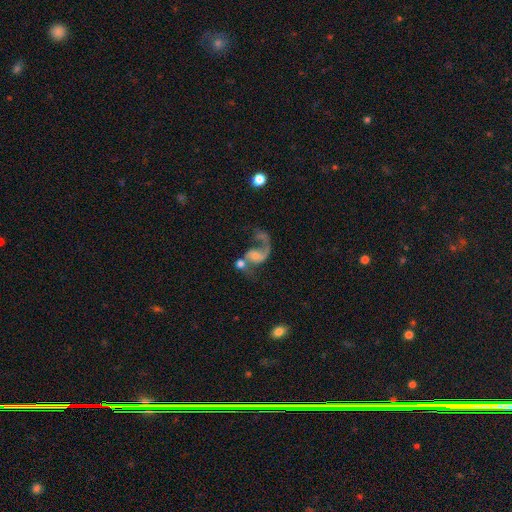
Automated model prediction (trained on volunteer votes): Q: Smooth or featured?
A: featured or disk (83%); runner-up: smooth (11%)
Q: Edge-on disk?
A: no (98%); runner-up: yes (2%)
Q: Bar?
A: no (62%); runner-up: weak (30%)
Q: Spiral arms?
A: yes (92%); runner-up: no (8%)
Q: Spiral winding?
A: loose (68%); runner-up: medium (27%)
Q: Spiral arm count?
A: 2 (61%); runner-up: 1 (34%)
Q: Bulge size?
A: small (47%); runner-up: moderate (39%)
Q: Merging?
A: merger (37%); runner-up: none (28%)